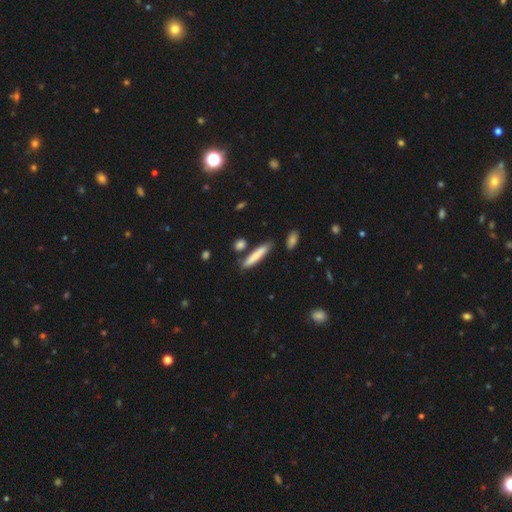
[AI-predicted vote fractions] This appears to be a smooth galaxy with no disk features (73%) that is cigar-shaped (88%). Merging: none (80%).